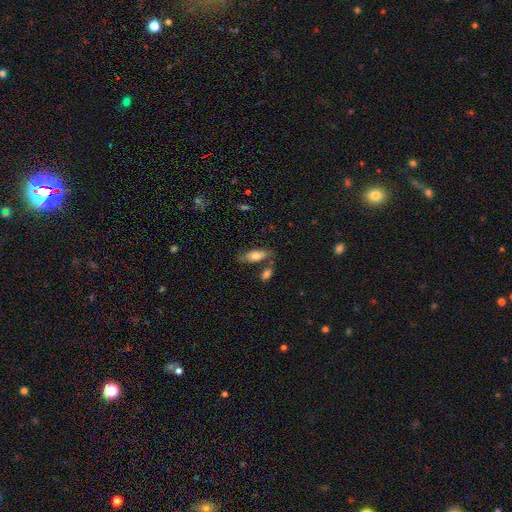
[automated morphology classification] A smooth galaxy with no disk features (72%) that is in between round and cigar-shaped (76%).

Vote fractions:
- Smooth or featured? smooth: 72% / featured or disk: 21% / star or artifact: 7%
- How rounded? in between: 76% / cigar-shaped: 21% / round: 3%
- Merging? none: 65% / minor disturbance: 16% / merger: 14% / major disturbance: 5%